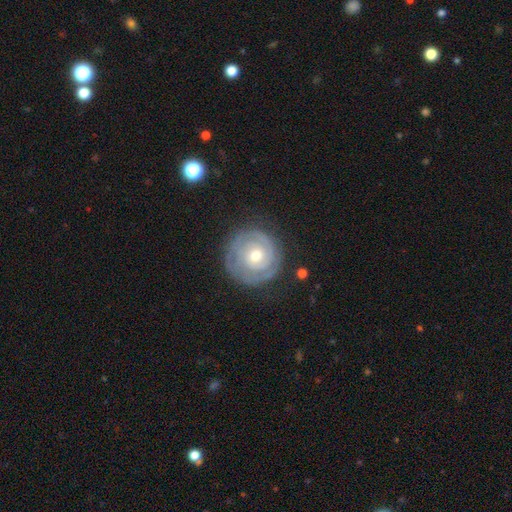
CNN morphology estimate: type=featured or disk (81%); edge-on=no (98%); bar=no (78%); spiral arms=yes (91%); winding=tight (84%); arm count=2 (36%); bulge=moderate (58%); merging=none (82%).